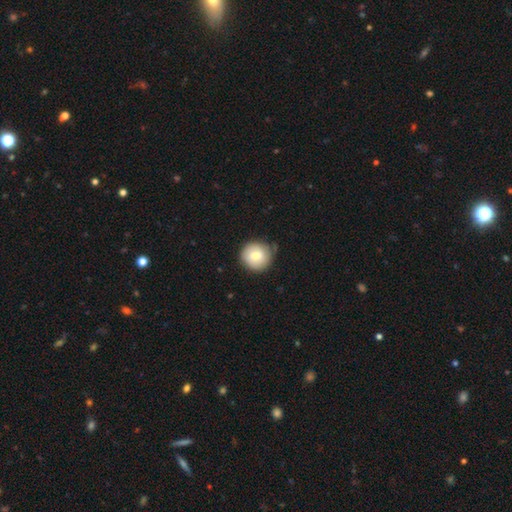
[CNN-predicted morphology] type=smooth (74%); roundness=round (93%); merging=none (77%).